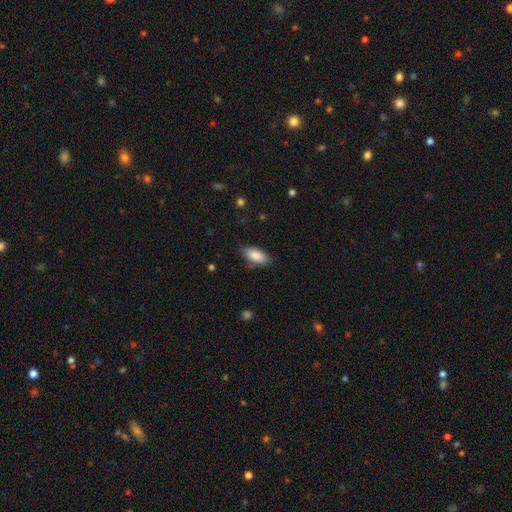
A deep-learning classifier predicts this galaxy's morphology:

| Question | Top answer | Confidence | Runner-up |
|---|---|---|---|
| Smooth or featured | smooth | 87% | featured or disk (7%) |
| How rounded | in between | 89% | cigar-shaped (8%) |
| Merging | none | 80% | minor disturbance (15%) |